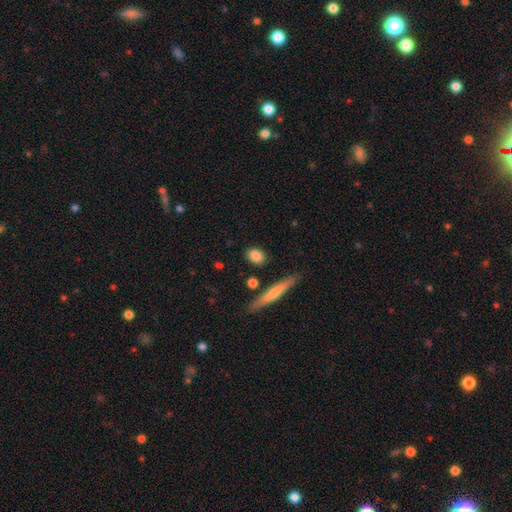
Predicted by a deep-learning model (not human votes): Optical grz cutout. It shows a smooth galaxy with no disk features (83%) that is in between round and cigar-shaped (57%). Merging: none (82%).